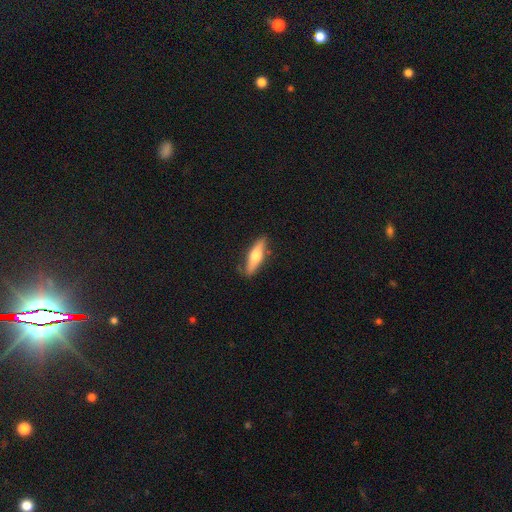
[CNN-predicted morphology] type=featured or disk (48%); merging=none (83%).